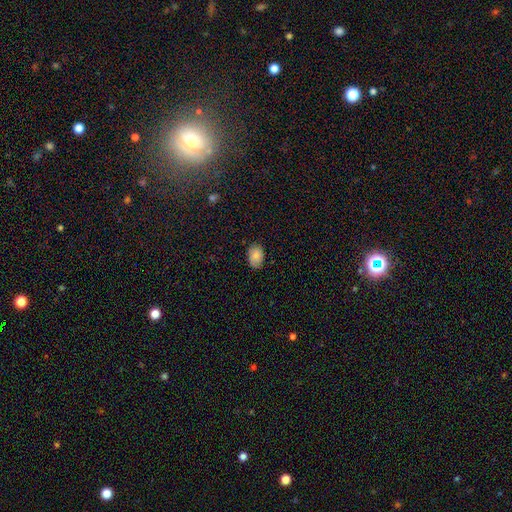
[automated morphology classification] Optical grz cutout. It shows a smooth galaxy with no disk features (85%) that is in between round and cigar-shaped (84%). Merging: none (81%).